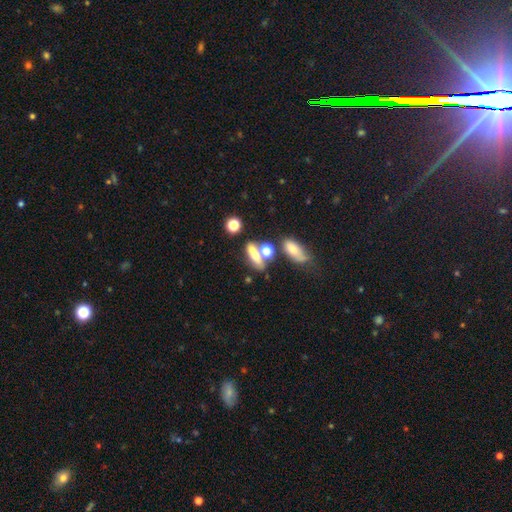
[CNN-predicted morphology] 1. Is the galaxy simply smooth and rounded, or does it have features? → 55% smooth, 31% featured or disk, 15% star or artifact.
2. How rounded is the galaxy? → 60% in between, 22% cigar-shaped, 18% round.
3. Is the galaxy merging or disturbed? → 43% merger, 37% none, 12% minor disturbance, 8% major disturbance.